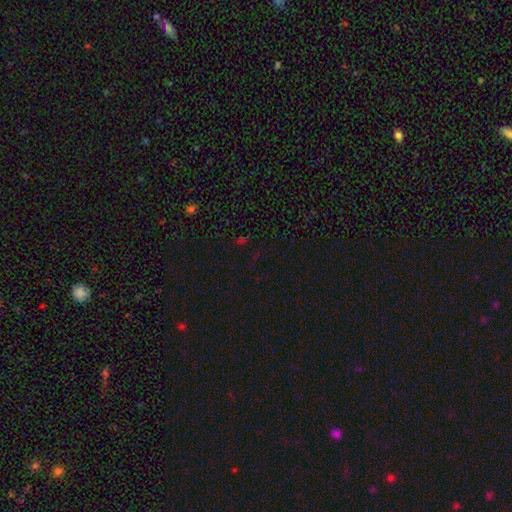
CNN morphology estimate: Smooth or featured? Predicted: star or artifact (p=0.69).